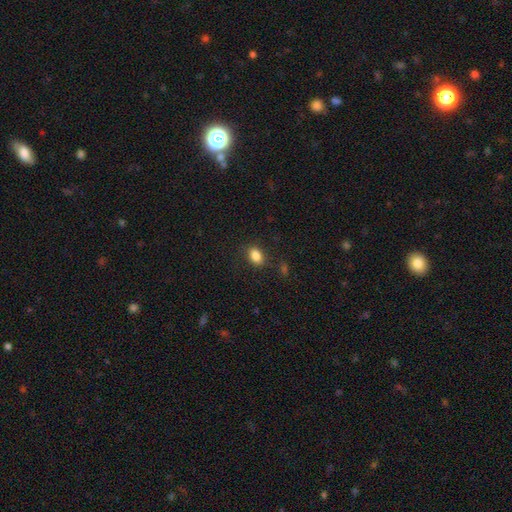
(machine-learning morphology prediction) smooth_or_featured: smooth (p=0.85) [alt: star or artifact p=0.10]
how_rounded: in between (p=0.78) [alt: round p=0.21]
merging: none (p=0.82) [alt: minor disturbance p=0.13]